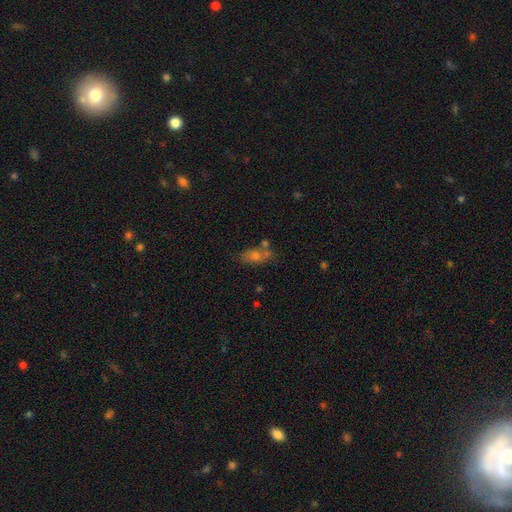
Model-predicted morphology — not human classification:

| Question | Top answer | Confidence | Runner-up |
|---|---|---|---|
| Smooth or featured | smooth | 58% | featured or disk (23%) |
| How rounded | in between | 75% | cigar-shaped (13%) |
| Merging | none | 58% | merger (20%) |